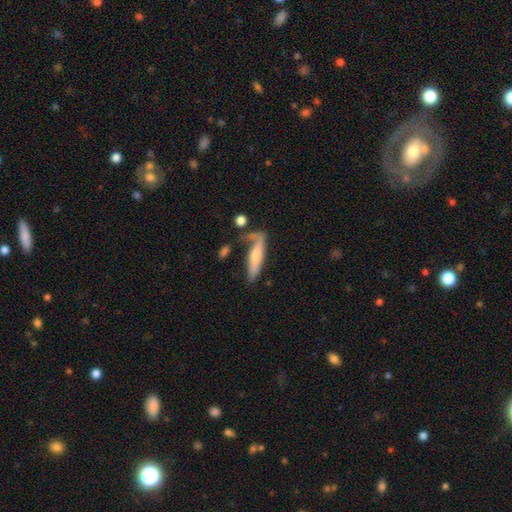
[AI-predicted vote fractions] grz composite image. It shows a featured or disk galaxy (48%). Merging: none (47%).